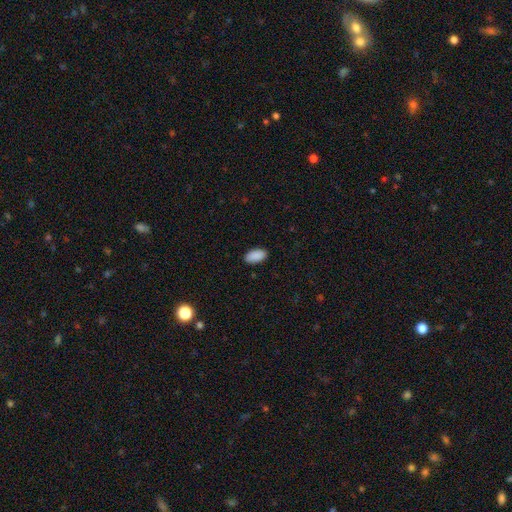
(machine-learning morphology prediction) Q: Smooth or featured?
A: smooth (90%); runner-up: star or artifact (7%)
Q: How rounded?
A: in between (95%); runner-up: round (3%)
Q: Merging?
A: none (89%); runner-up: minor disturbance (8%)